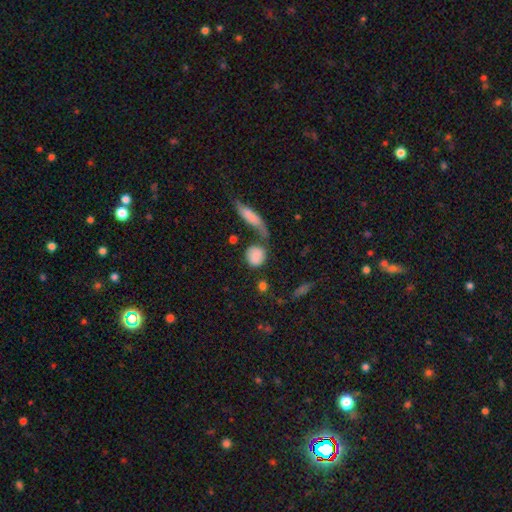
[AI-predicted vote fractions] Q: Smooth or featured?
A: smooth (81%); runner-up: featured or disk (10%)
Q: How rounded?
A: round (70%); runner-up: in between (26%)
Q: Merging?
A: none (47%); runner-up: merger (27%)